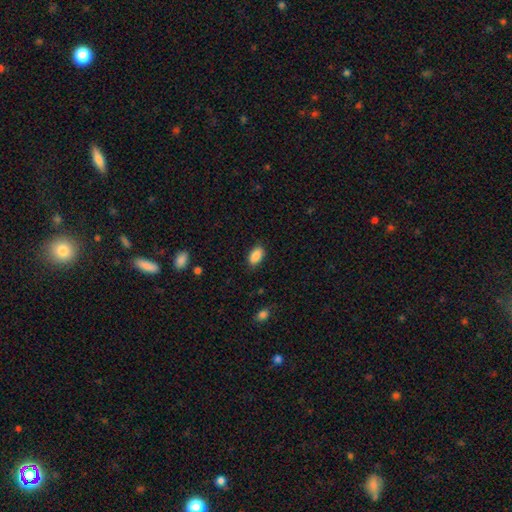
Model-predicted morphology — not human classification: This appears to be a smooth galaxy with no disk features (88%) that is in between round and cigar-shaped (92%). Merging: none (84%).